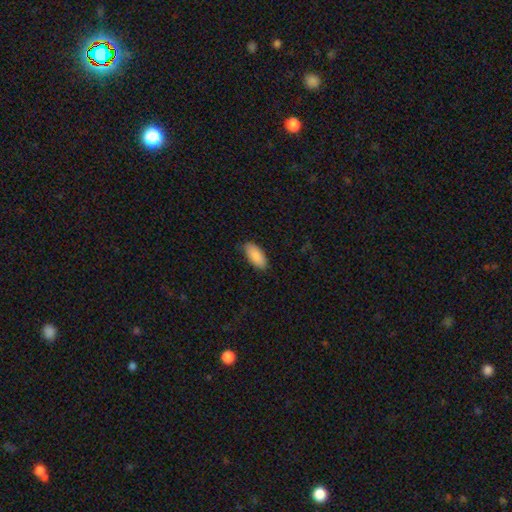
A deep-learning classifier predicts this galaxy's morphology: This is clearly a smooth galaxy (90%). How rounded: clearly in between (90%). Merging: clearly none (83%).